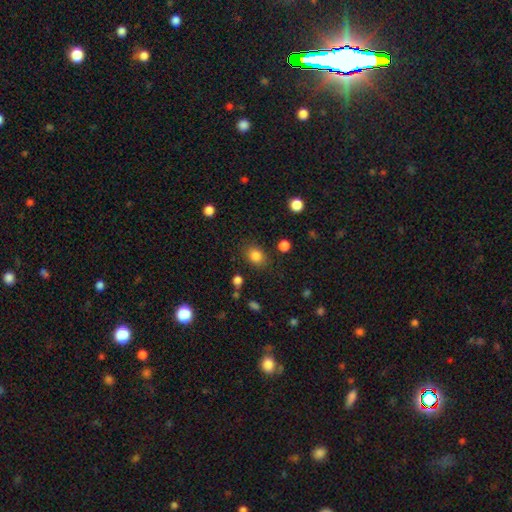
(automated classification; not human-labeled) Smooth or featured: smooth — 84% (star or artifact — 11%)
How rounded: round — 51% (in between — 49%)
Merging: none — 82% (minor disturbance — 11%)